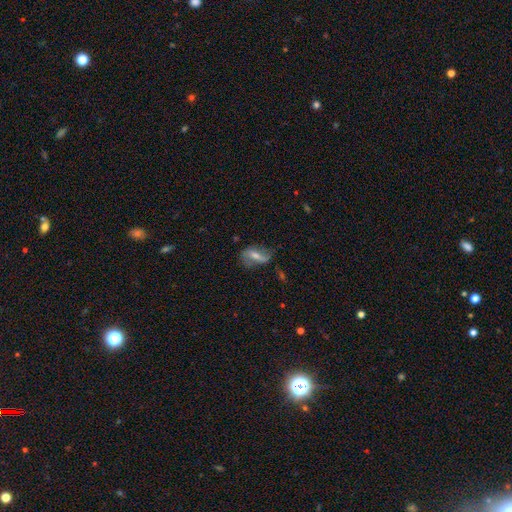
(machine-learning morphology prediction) type=featured or disk (65%); edge-on=no (89%); bar=strong (40%); spiral arms=yes (77%); bulge=moderate (46%); merging=none (58%).